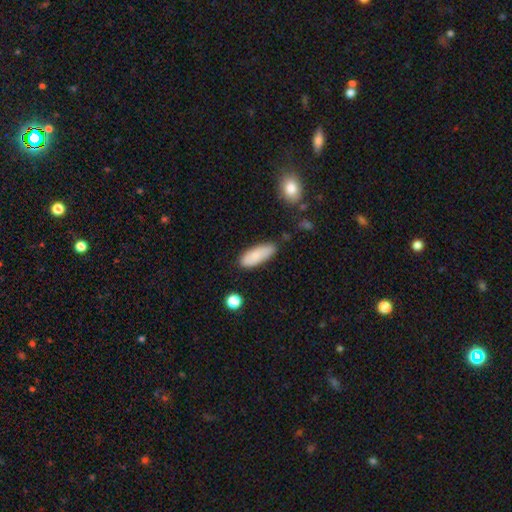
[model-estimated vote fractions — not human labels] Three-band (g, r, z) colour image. It shows a smooth galaxy with no disk features (86%) that is in between round and cigar-shaped (68%). Merging: none (75%).